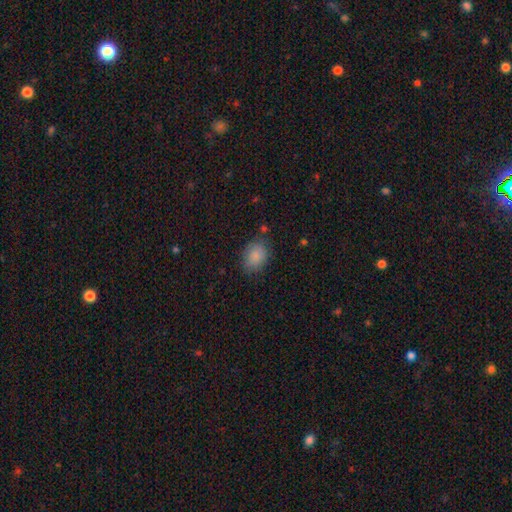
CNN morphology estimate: type=smooth (87%); roundness=in between (67%); merging=none (78%).